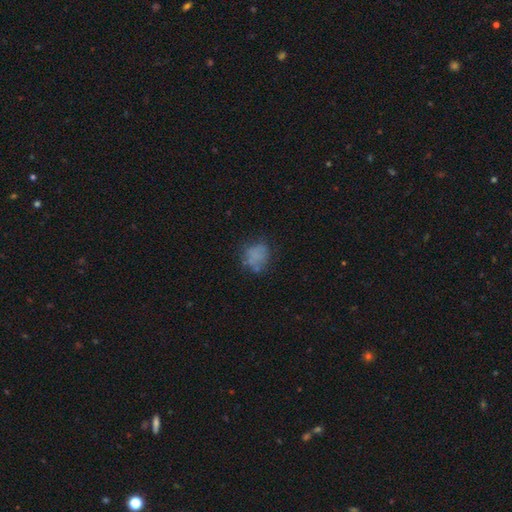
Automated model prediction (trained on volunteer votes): smooth_or_featured: smooth (p=0.67) [alt: featured or disk p=0.18]
how_rounded: round (p=0.62) [alt: in between p=0.36]
merging: none (p=0.60) [alt: minor disturbance p=0.22]